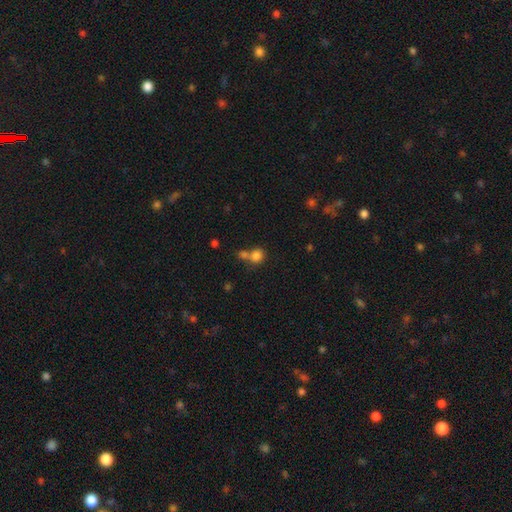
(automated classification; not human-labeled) smooth_or_featured: smooth (p=0.80) [alt: star or artifact p=0.12]
how_rounded: round (p=0.79) [alt: in between p=0.20]
merging: none (p=0.44) [alt: merger p=0.43]